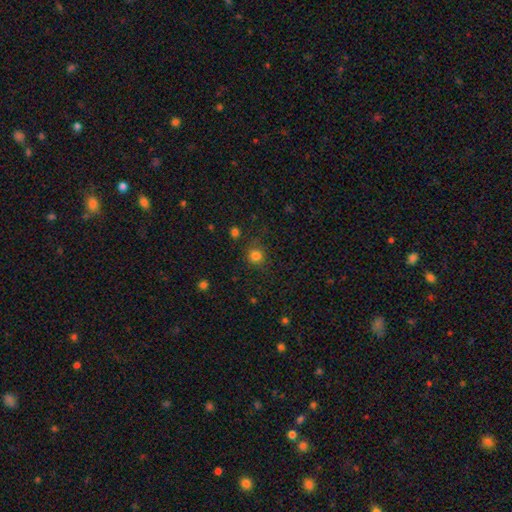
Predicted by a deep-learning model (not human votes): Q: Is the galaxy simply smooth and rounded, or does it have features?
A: smooth — 82%.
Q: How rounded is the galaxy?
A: round — 91%.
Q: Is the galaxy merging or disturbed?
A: none — 82%.